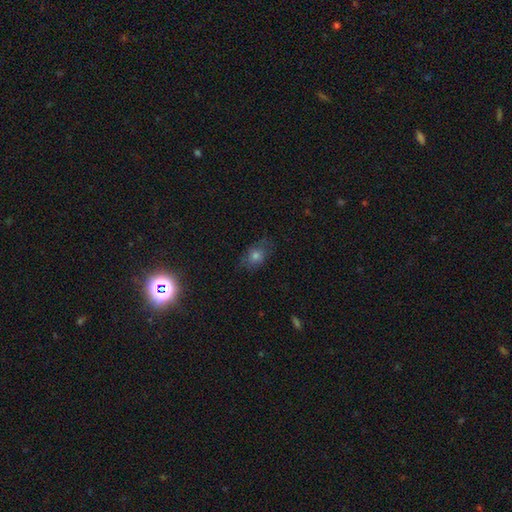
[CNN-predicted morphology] smooth 56%, star or artifact 24%, featured or disk 20%. Down the decision tree: how rounded — in between (59%); merging — none (71%).